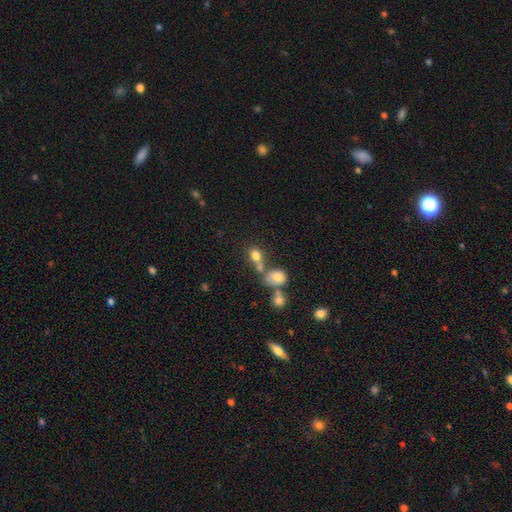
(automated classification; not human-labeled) Overall: smooth (76%). How rounded: in between (50%; round 48%). Merging: merger (42%; none 39%).